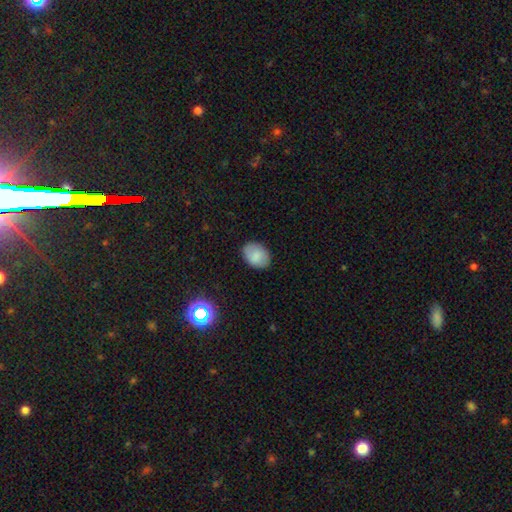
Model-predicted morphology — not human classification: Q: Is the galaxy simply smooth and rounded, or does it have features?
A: smooth — 81%.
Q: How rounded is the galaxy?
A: in between — 71%.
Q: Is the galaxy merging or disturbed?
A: none — 84%.